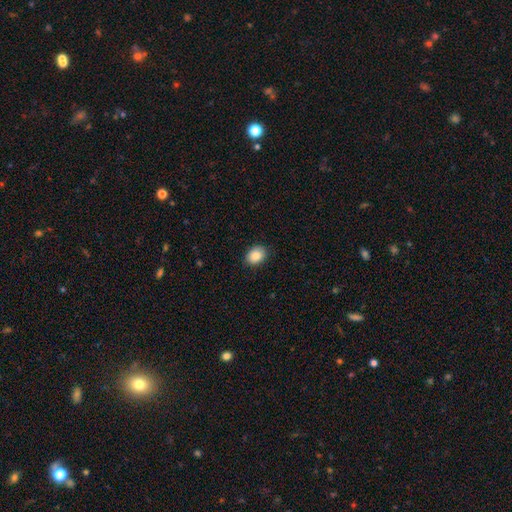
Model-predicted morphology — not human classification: The model was most divided on "how rounded": in between: 75%, round: 24%, cigar-shaped: 1%. More confident: smooth or featured — smooth (89%); merging — none (87%).